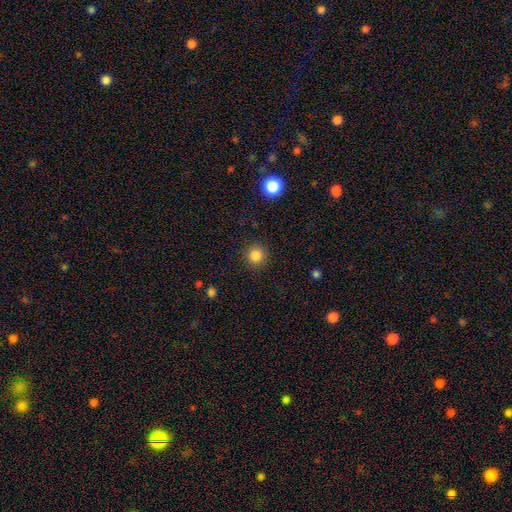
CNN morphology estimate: type=smooth (84%); roundness=round (94%); merging=none (91%).